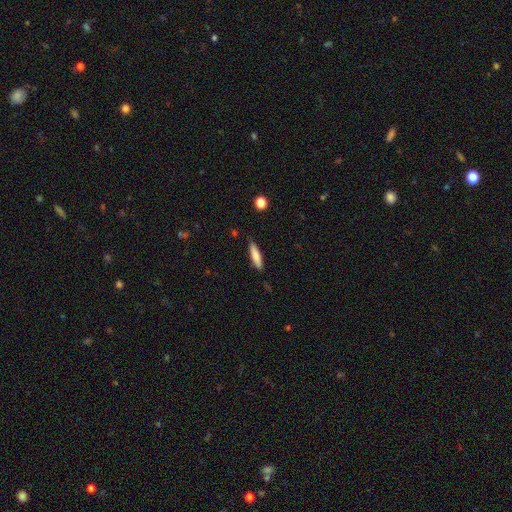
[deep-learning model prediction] The model was most divided on "how rounded": cigar-shaped: 76%, in between: 23%, round: 1%. More confident: merging — none (85%); smooth or featured — smooth (79%).